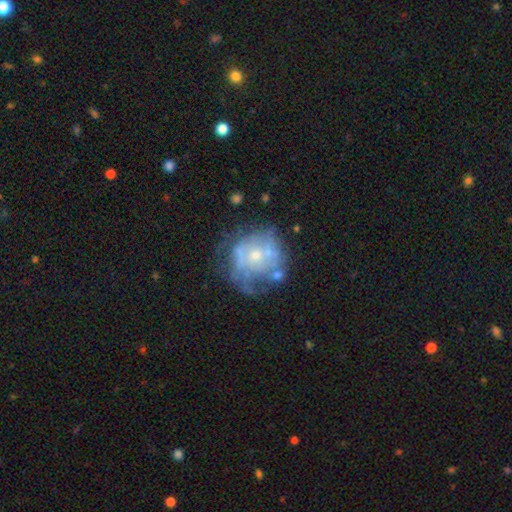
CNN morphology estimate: The model was most divided on "merging": none: 44%, major disturbance: 25%, minor disturbance: 23%, merger: 8%. More confident: edge-on disk — no (98%); bar — no (85%); smooth or featured — featured or disk (65%); spiral arms — no (60%); bulge size — small (58%).